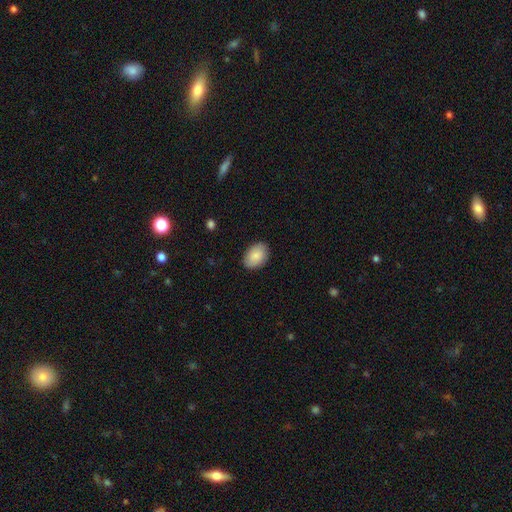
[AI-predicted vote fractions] smooth_or_featured: smooth (p=0.87) [alt: featured or disk p=0.07]
how_rounded: in between (p=0.85) [alt: round p=0.14]
merging: none (p=0.87) [alt: minor disturbance p=0.10]